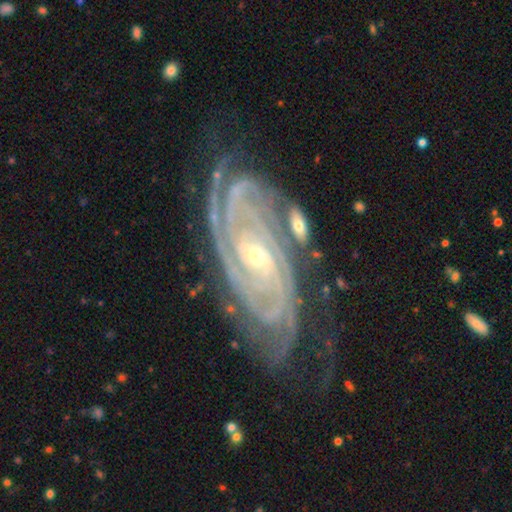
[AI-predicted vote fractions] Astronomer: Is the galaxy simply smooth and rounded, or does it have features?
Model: featured or disk — 92%.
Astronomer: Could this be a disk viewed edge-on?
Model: no — 95%.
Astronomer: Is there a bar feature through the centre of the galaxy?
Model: no — 48% (runner-up: weak, 32%).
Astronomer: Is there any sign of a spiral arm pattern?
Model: yes — 99%.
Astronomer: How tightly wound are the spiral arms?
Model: tight — 84%.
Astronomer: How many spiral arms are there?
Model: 4 — 28% (runner-up: 3, 20%).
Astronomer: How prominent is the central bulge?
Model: small — 63%.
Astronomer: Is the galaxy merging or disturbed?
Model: none — 72%.